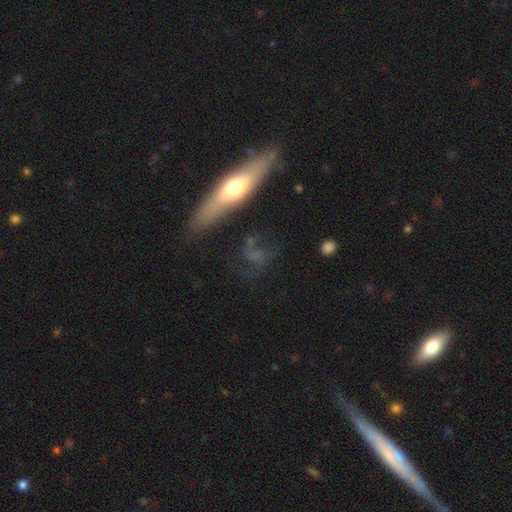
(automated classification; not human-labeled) A featured or disk galaxy (49%). Merging: none (59%).